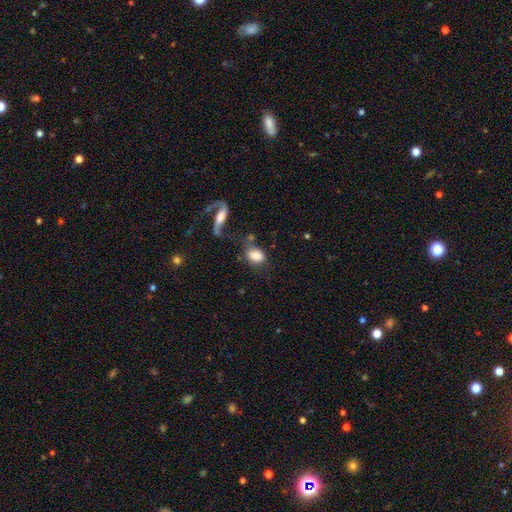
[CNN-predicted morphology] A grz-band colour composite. It shows a smooth galaxy with no disk features (79%) that is in between round and cigar-shaped (77%). Merging: none (46%).